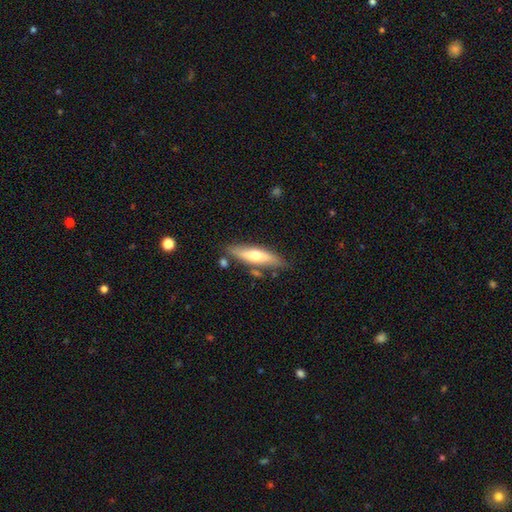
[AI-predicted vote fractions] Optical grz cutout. It shows a smooth galaxy with no disk features (52%) that is cigar-shaped (68%). Merging: none (76%).